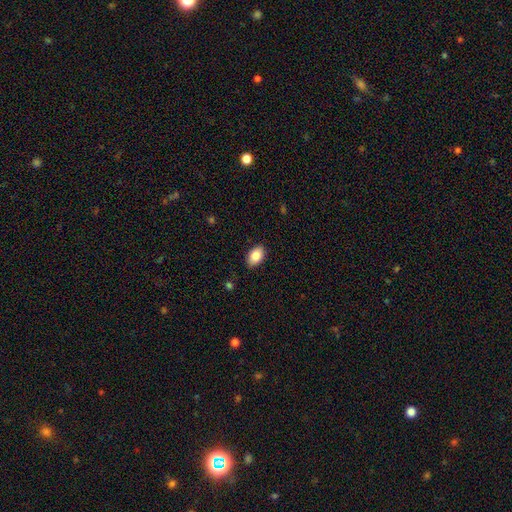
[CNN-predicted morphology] This appears to be a smooth galaxy with no disk features (85%) that is in between round and cigar-shaped (91%). Merging: none (87%).